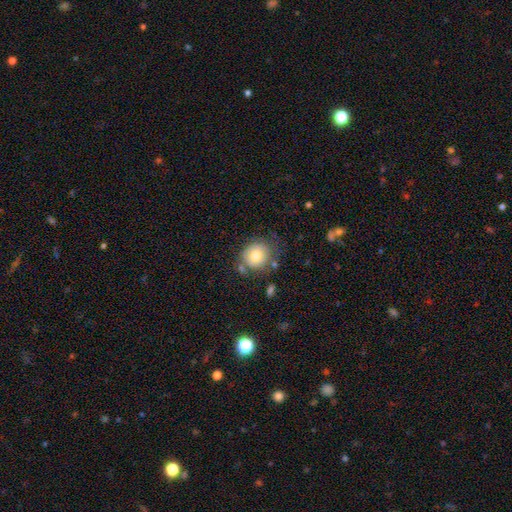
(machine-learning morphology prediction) smooth-or-featured: smooth: 75% | featured or disk: 16% | star or artifact: 9%
  how-rounded: round: 80% | in between: 19% | cigar-shaped: 1%
  merging: none: 68% | minor disturbance: 18% | merger: 8% | major disturbance: 7%